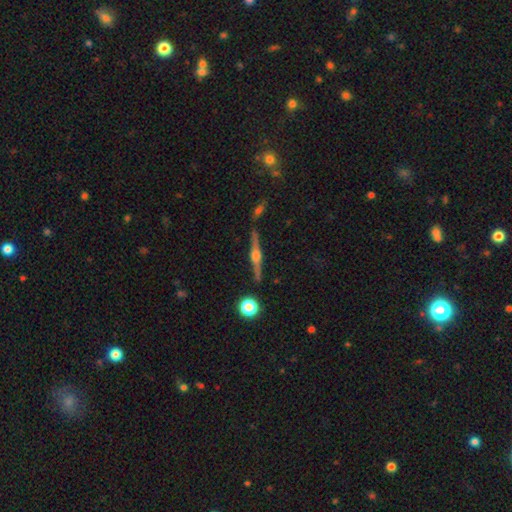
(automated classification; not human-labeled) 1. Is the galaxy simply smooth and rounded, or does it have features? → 81% featured or disk, 12% smooth, 7% star or artifact.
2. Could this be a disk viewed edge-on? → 98% yes, 2% no.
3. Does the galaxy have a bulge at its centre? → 90% rounded, 8% boxy, 2% none.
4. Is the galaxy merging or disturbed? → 85% none, 9% minor disturbance, 3% merger, 2% major disturbance.